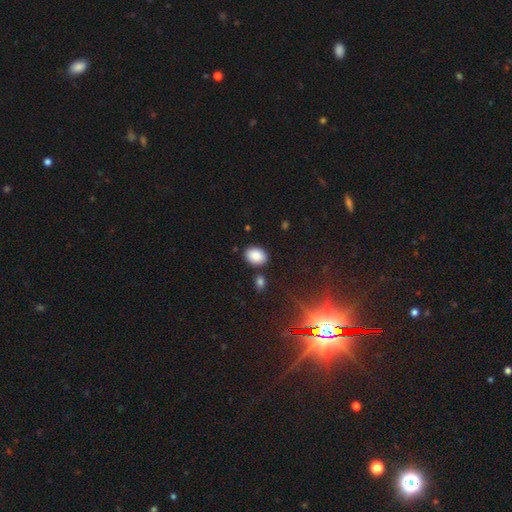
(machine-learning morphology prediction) Smooth or featured?
  - smooth: 87% *
  - star or artifact: 9%
  - featured or disk: 4%
How rounded?
  - in between: 75% *
  - round: 24%
  - cigar-shaped: 1%
Merging?
  - none: 82% *
  - minor disturbance: 10%
  - merger: 5%
  - major disturbance: 3%